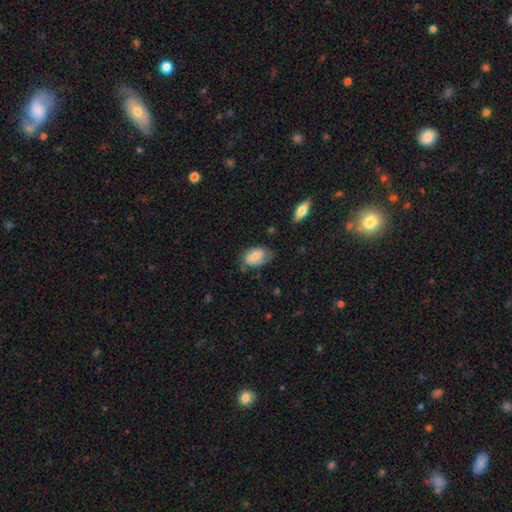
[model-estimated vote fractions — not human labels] A smooth galaxy with no disk features (59%) that is in between round and cigar-shaped (89%).

Vote fractions:
- Smooth or featured? smooth: 59% / featured or disk: 34% / star or artifact: 7%
- How rounded? in between: 89% / round: 9% / cigar-shaped: 2%
- Merging? none: 57% / minor disturbance: 31% / major disturbance: 10% / merger: 2%